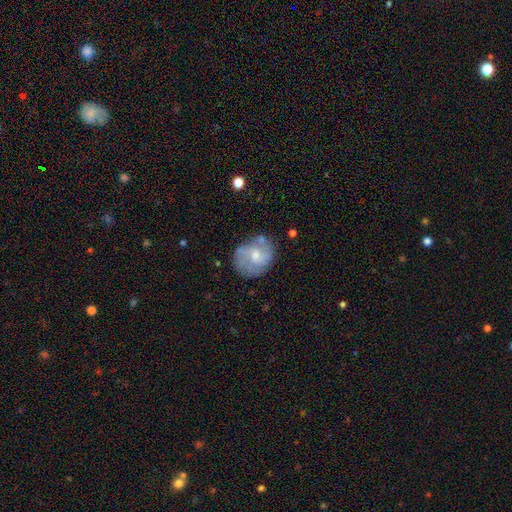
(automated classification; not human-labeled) Smooth or featured? featured or disk (54%)
Edge-on disk? no (97%)
Bar? no (64%)
Spiral arms? yes (62%)
Bulge size? moderate (53%)
Merging? none (62%)